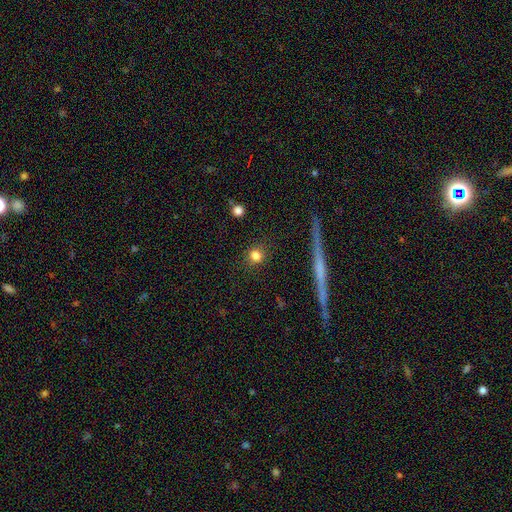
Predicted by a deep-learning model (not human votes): Overall: smooth (81%). How rounded: round (86%). Merging: none (89%).